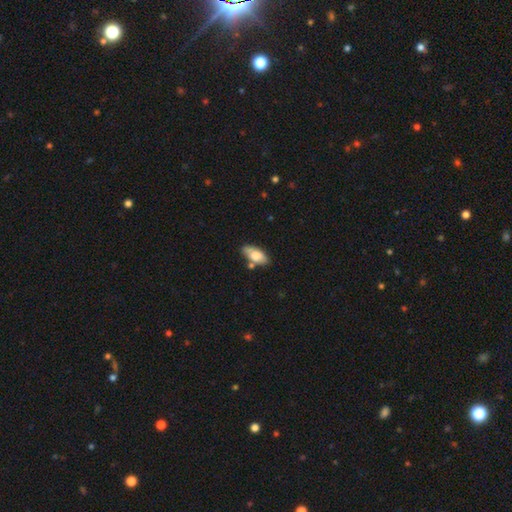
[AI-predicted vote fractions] smooth 74%, featured or disk 19%, star or artifact 7%. Down the decision tree: how rounded — in between (85%); merging — none (70%).